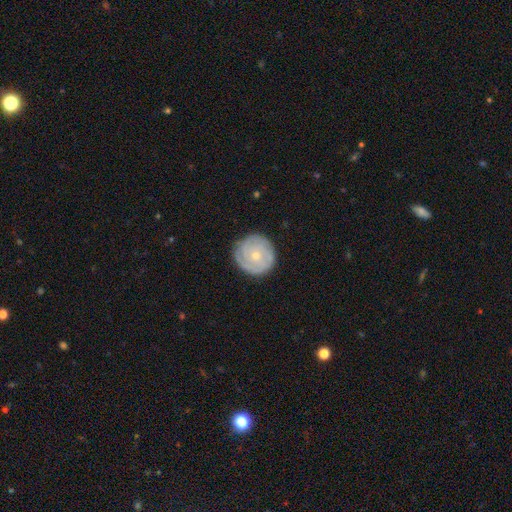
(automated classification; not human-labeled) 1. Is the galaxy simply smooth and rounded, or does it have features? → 65% featured or disk, 30% smooth, 6% star or artifact.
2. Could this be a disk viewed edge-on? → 98% no, 2% yes.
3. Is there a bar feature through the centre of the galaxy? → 84% no, 14% weak, 2% strong.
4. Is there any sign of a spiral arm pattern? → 85% yes, 15% no.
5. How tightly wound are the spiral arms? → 78% tight, 17% medium, 5% loose.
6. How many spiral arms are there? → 39% can't tell, 21% 3, 18% 2, 8% 4, 8% 1, 5% more than 4.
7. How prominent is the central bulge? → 68% small, 29% moderate, 1% none, 1% large, 1% dominant.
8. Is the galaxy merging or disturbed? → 83% none, 12% minor disturbance, 3% major disturbance, 1% merger.